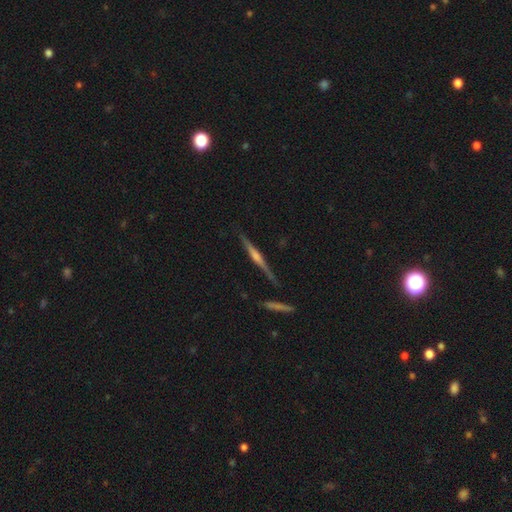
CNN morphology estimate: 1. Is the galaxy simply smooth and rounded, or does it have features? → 79% featured or disk, 14% smooth, 7% star or artifact.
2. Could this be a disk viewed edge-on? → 98% yes, 2% no.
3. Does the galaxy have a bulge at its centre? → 69% rounded, 16% none, 16% boxy.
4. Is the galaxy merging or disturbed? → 86% none, 8% minor disturbance, 4% merger, 2% major disturbance.